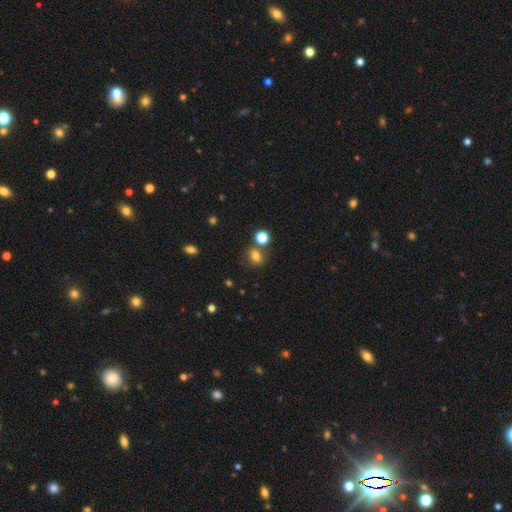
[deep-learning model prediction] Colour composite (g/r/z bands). It shows a smooth galaxy with no disk features (78%) that is in between round and cigar-shaped (53%). Merging: none (67%).